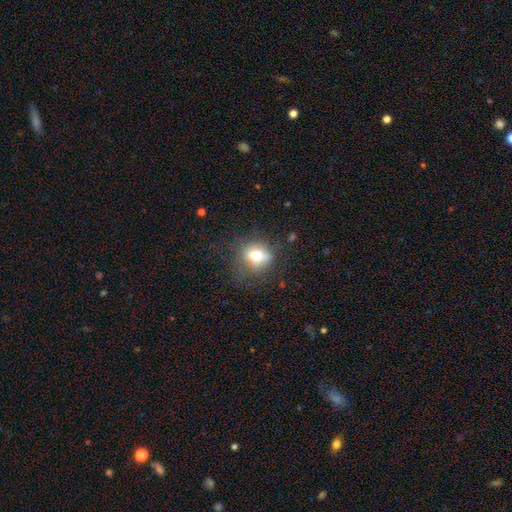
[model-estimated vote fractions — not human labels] Smooth or featured? Predicted: smooth (p=0.67). How rounded? Predicted: round (p=0.78). Merging? Predicted: none (p=0.67).